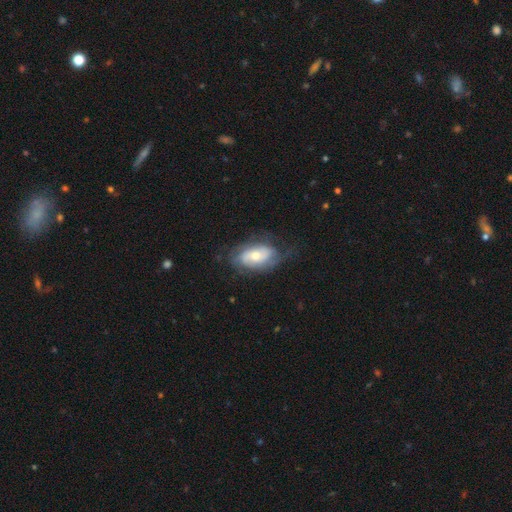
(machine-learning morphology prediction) Overall: featured or disk (60%; smooth 34%). Edge-on disk: no (92%). Bar: no (68%). Spiral arms: yes (78%). Bulge size: moderate (50%; small 41%). Merging: none (62%; minor disturbance 23%).